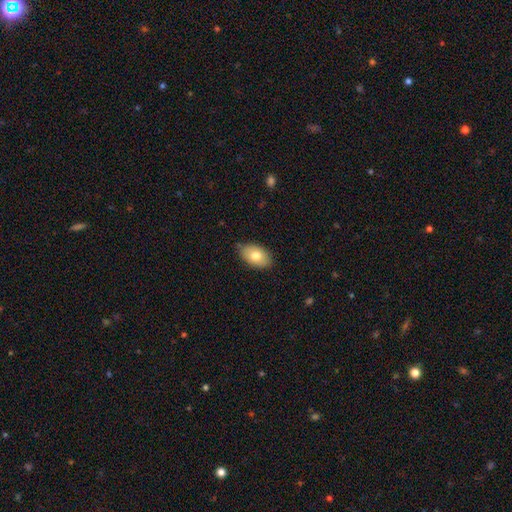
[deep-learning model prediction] Smooth or featured: smooth — 75% (featured or disk — 18%)
How rounded: in between — 90% (round — 9%)
Merging: none — 81% (minor disturbance — 15%)